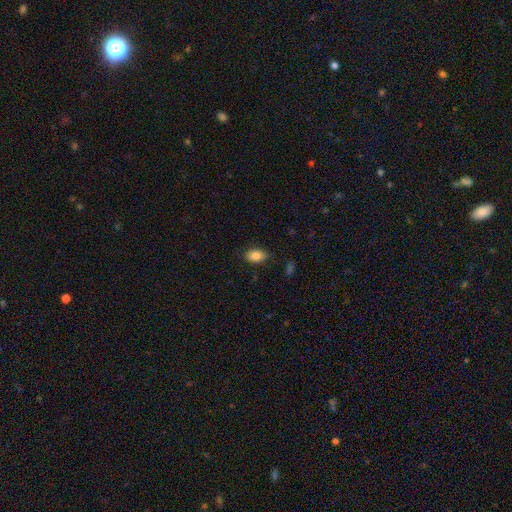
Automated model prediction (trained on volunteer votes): Overall: smooth (86%). How rounded: in between (87%). Merging: none (84%).